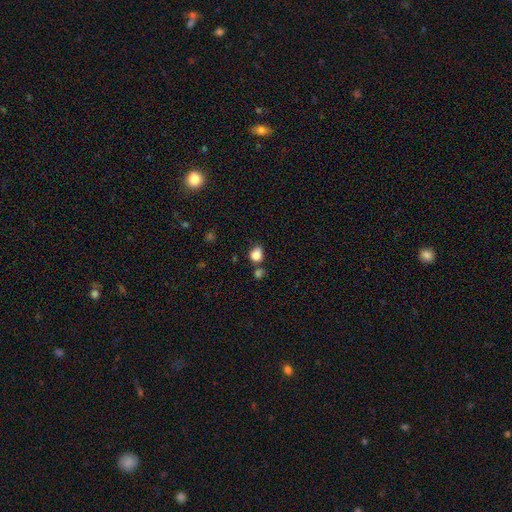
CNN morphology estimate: Smooth or featured? smooth (85%)
How rounded? in between (54%)
Merging? none (61%)